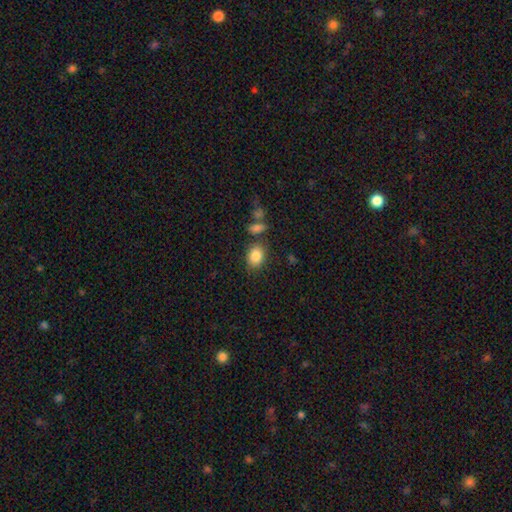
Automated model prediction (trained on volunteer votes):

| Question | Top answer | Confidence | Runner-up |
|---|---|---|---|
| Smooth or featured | smooth | 85% | star or artifact (9%) |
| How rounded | in between | 61% | round (38%) |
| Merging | none | 73% | minor disturbance (14%) |